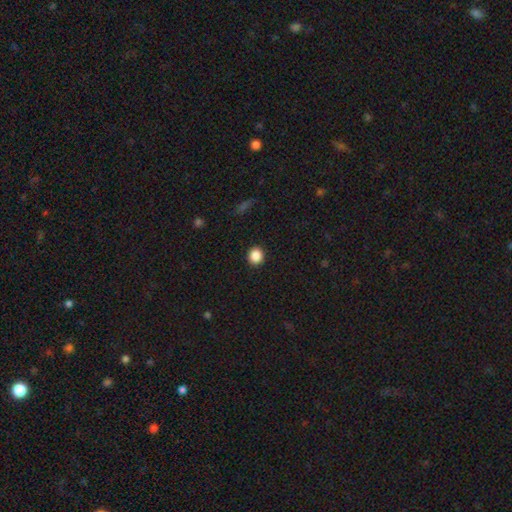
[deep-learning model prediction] Smooth or featured?
  - smooth: 87% *
  - star or artifact: 10%
  - featured or disk: 3%
How rounded?
  - round: 88% *
  - in between: 11%
  - cigar-shaped: 1%
Merging?
  - none: 92% *
  - minor disturbance: 5%
  - major disturbance: 2%
  - merger: 1%